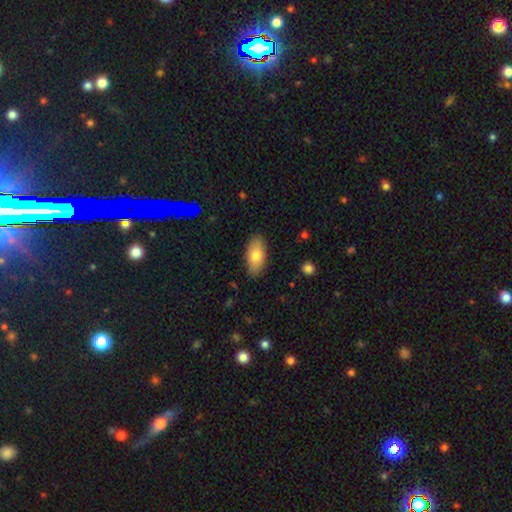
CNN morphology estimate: smooth-or-featured: smooth: 76% | featured or disk: 18% | star or artifact: 6%
  how-rounded: in between: 91% | cigar-shaped: 6% | round: 3%
  merging: none: 86% | minor disturbance: 10% | major disturbance: 2% | merger: 1%